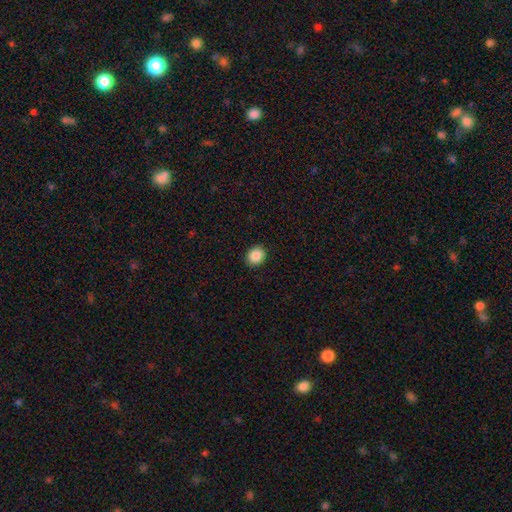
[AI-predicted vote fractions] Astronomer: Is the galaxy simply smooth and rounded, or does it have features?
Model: smooth — 87%.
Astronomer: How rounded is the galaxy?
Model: round — 67%.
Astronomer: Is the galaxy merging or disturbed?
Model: none — 91%.